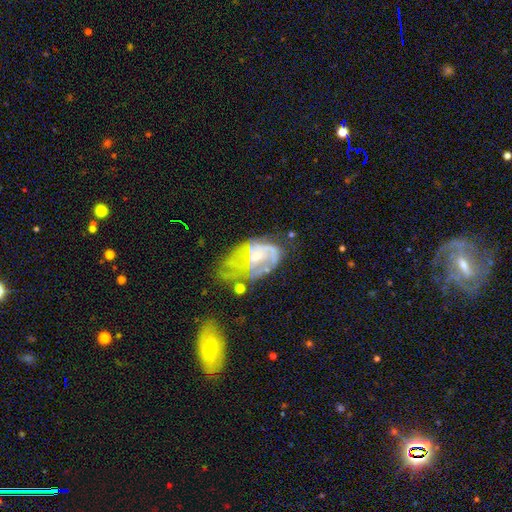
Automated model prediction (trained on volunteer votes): A featured or disk galaxy (71%) with no bar (63%), spiral arms (60%) and a moderate central bulge (41%, tied with small).

Vote fractions:
- Smooth or featured? featured or disk: 71% / smooth: 20% / star or artifact: 9%
- Edge-on disk? no: 97% / yes: 3%
- Bar? no: 63% / weak: 30% / strong: 7%
- Spiral arms? yes: 60% / no: 40%
- Bulge size? moderate: 41% (tied) / small: 41% (tied) / none: 12% / large: 4% / dominant: 1%
- Merging? major disturbance: 41% / none: 24% / minor disturbance: 21% / merger: 14%